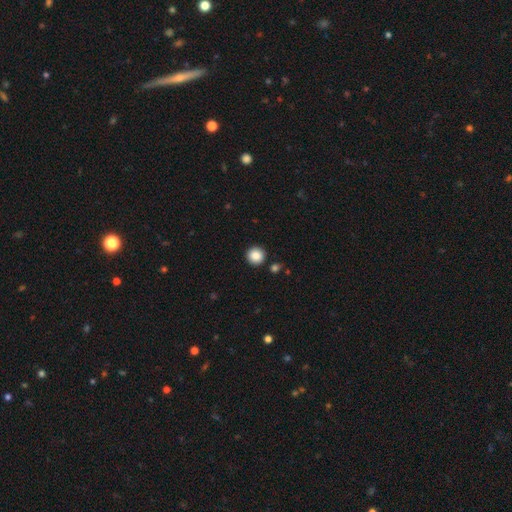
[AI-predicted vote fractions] smooth_or_featured: smooth (p=0.87) [alt: star or artifact p=0.09]
how_rounded: round (p=0.96) [alt: in between p=0.03]
merging: none (p=0.92) [alt: minor disturbance p=0.05]